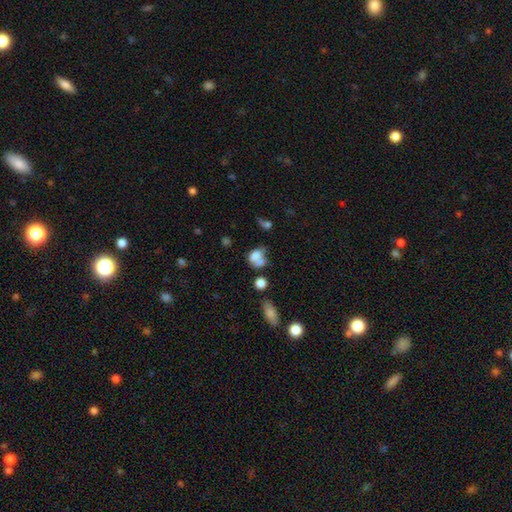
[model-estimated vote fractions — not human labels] Smooth or featured?
  - smooth: 67% *
  - featured or disk: 21%
  - star or artifact: 12%
How rounded?
  - in between: 67% *
  - round: 30%
  - cigar-shaped: 2%
Merging?
  - merger: 50% *
  - none: 24%
  - minor disturbance: 14%
  - major disturbance: 12%